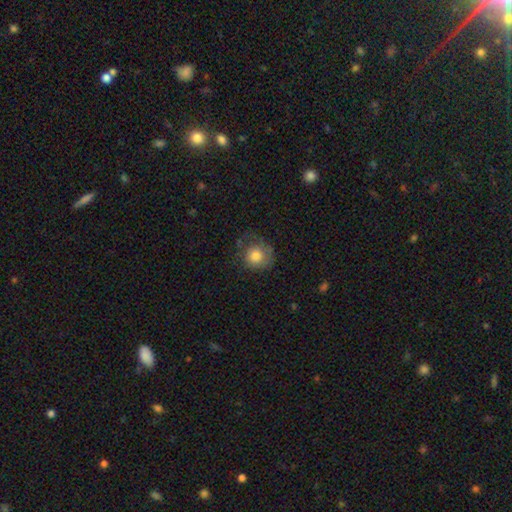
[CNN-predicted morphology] This is likely a smooth galaxy (76%). How rounded: clearly round (84%). Merging: possibly none (55%).